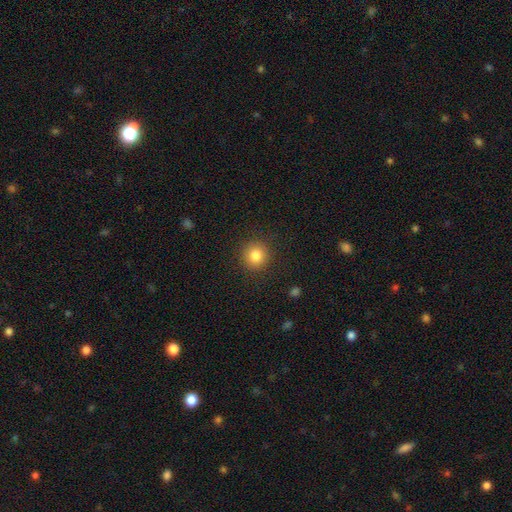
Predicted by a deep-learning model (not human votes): Smooth or featured? Predicted: smooth (p=0.84). How rounded? Predicted: round (p=0.92). Merging? Predicted: none (p=0.90).